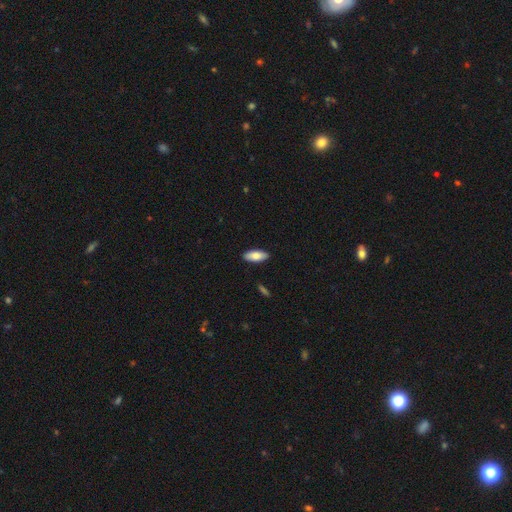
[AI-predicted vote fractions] Overall: smooth (79%). How rounded: in between (83%). Merging: none (90%).